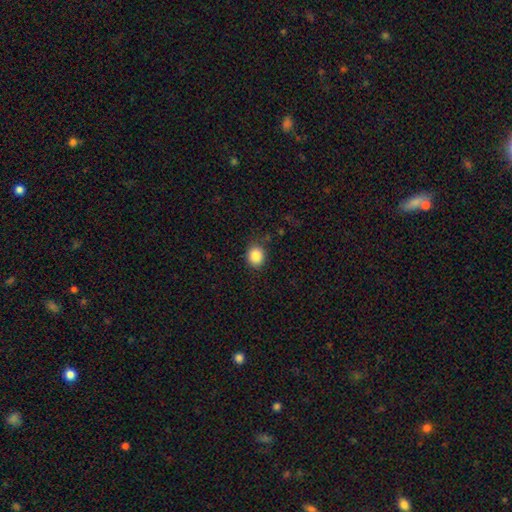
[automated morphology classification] This is clearly a smooth galaxy (86%). How rounded: likely round (71%). Merging: clearly none (84%).